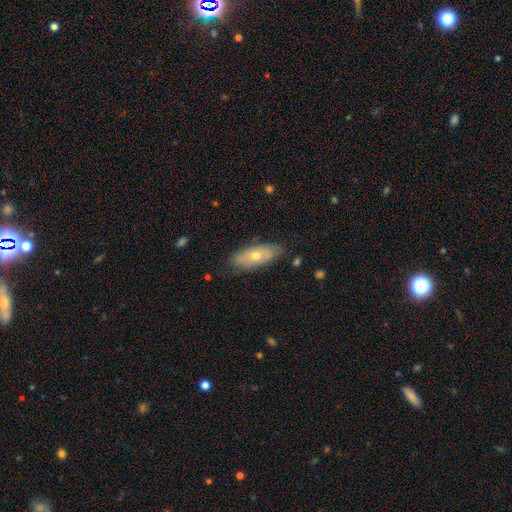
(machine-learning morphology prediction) This is possibly a smooth galaxy (52%). How rounded: likely in between (80%). Merging: likely none (79%).